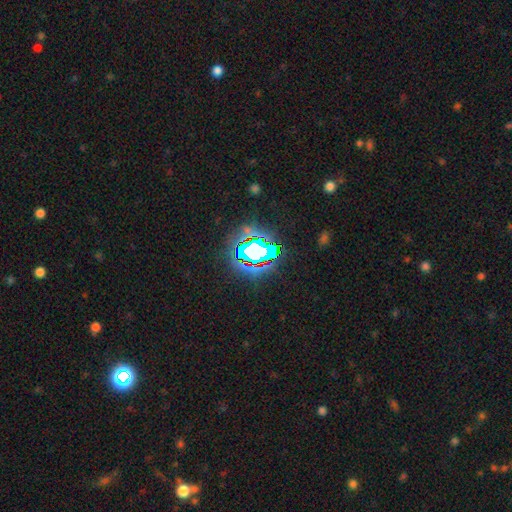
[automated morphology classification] Overall: star or artifact (64%).